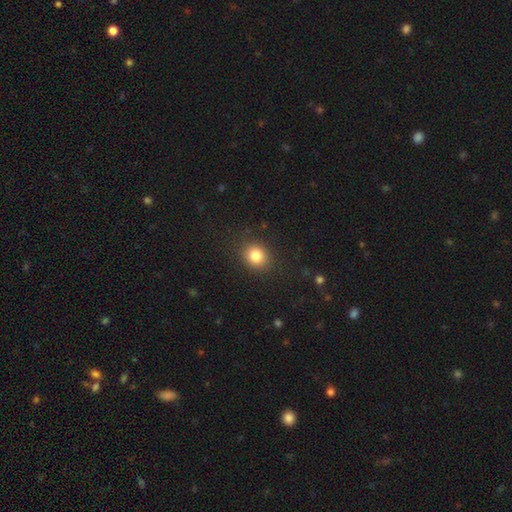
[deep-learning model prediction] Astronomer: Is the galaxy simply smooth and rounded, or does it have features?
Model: smooth — 83%.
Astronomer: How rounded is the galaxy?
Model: round — 68%.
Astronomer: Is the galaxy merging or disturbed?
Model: none — 88%.